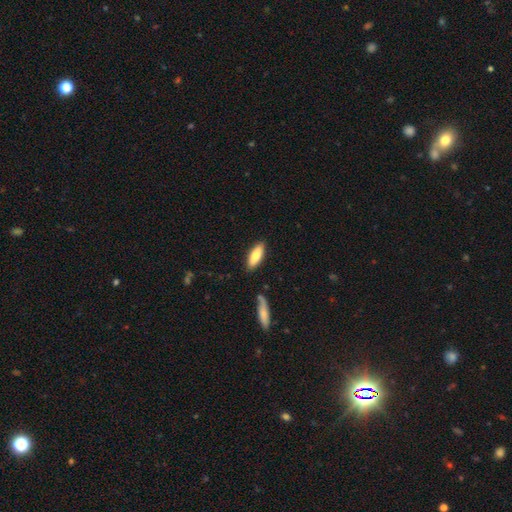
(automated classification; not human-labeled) smooth 78%, featured or disk 16%, star or artifact 6%. Down the decision tree: how rounded — in between (66%); merging — none (85%).